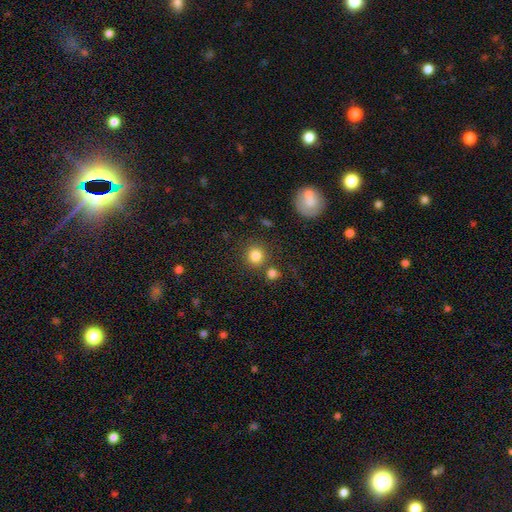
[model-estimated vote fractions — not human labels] Smooth or featured: smooth — 83% (star or artifact — 11%)
How rounded: round — 91% (in between — 9%)
Merging: none — 78% (merger — 10%)